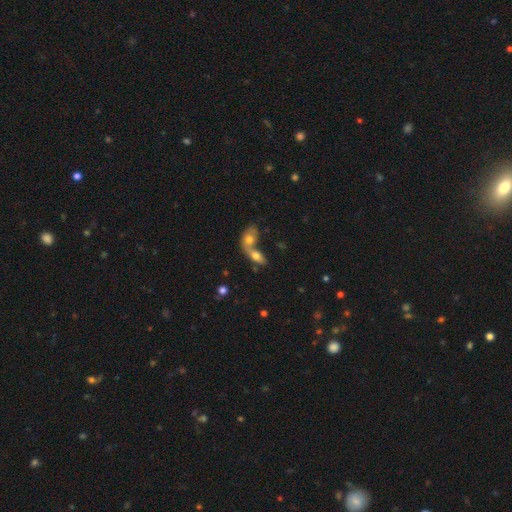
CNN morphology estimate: A smooth galaxy with no disk features (66%) that is in between round and cigar-shaped (81%). Merging: merger (71%).